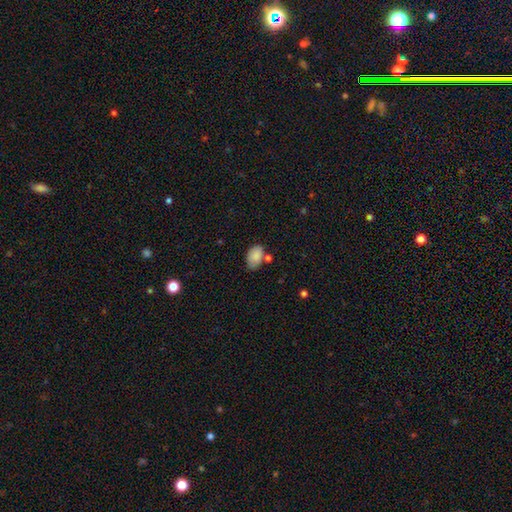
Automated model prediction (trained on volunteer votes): smooth_or_featured: smooth (p=0.85) [alt: star or artifact p=0.08]
how_rounded: in between (p=0.88) [alt: round p=0.11]
merging: none (p=0.60) [alt: minor disturbance p=0.23]